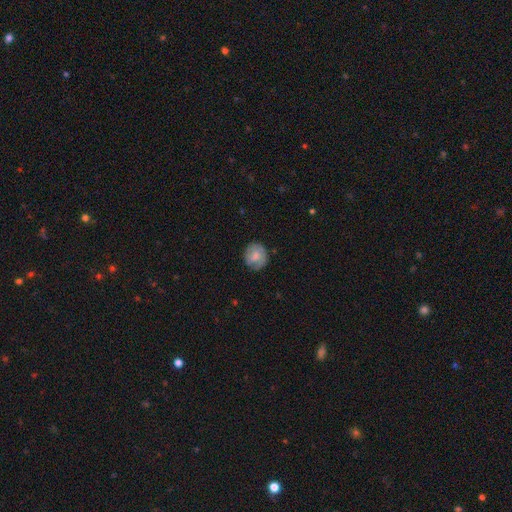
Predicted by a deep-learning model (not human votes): Overall: smooth (58%; featured or disk 35%). How rounded: round (80%). Merging: none (73%).